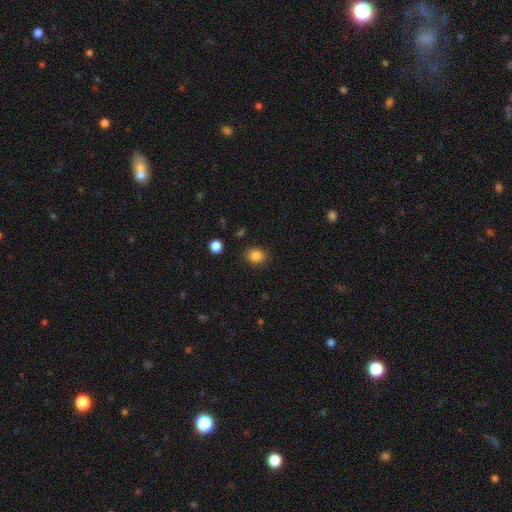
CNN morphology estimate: A smooth galaxy with no disk features (85%) that is round (60%).

Vote fractions:
- Smooth or featured? smooth: 85% / star or artifact: 11% / featured or disk: 4%
- How rounded? round: 60% / in between: 39% / cigar-shaped: 1%
- Merging? none: 86% / minor disturbance: 10% / major disturbance: 3% / merger: 2%